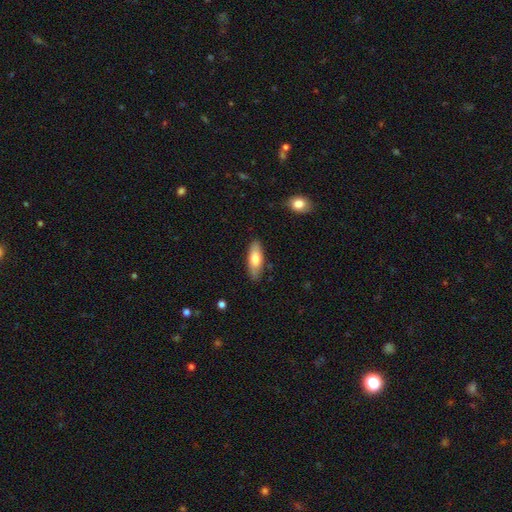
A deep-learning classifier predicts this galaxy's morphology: The model was most divided on "how rounded": in between: 69%, cigar-shaped: 29%, round: 2%. More confident: merging — none (85%); smooth or featured — smooth (71%).